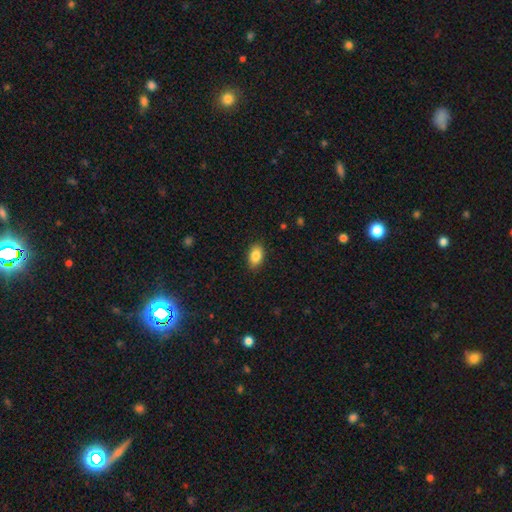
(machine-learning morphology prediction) The model was most divided on "how rounded": in between: 88%, round: 10%, cigar-shaped: 2%. More confident: merging — none (88%); smooth or featured — smooth (86%).